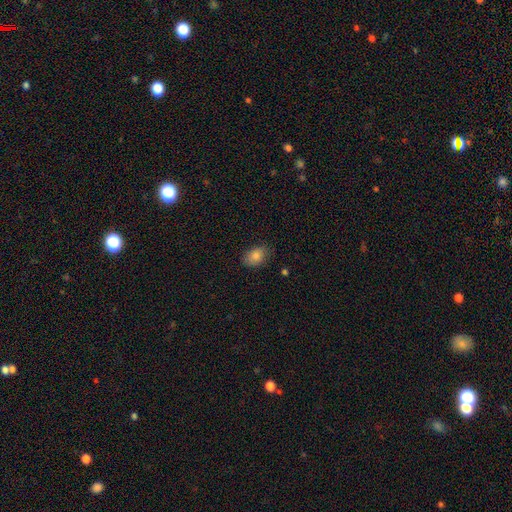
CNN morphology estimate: The model was most divided on "how rounded": in between: 82%, round: 17%, cigar-shaped: 1%. More confident: smooth or featured — smooth (83%); merging — none (82%).